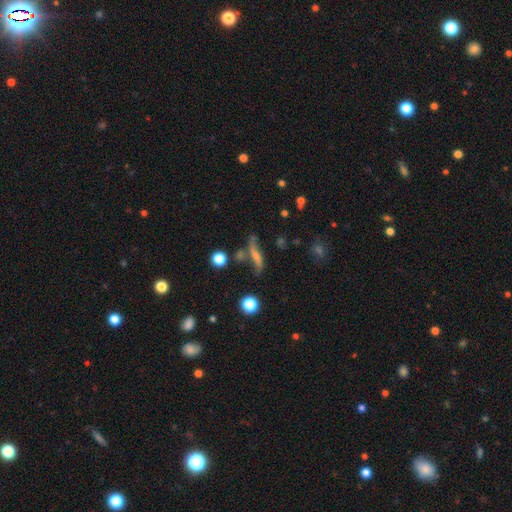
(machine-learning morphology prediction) Q: Smooth or featured?
A: featured or disk (52%); runner-up: smooth (36%)
Q: Edge-on disk?
A: no (61%); runner-up: yes (39%)
Q: Merging?
A: none (51%); runner-up: minor disturbance (22%)